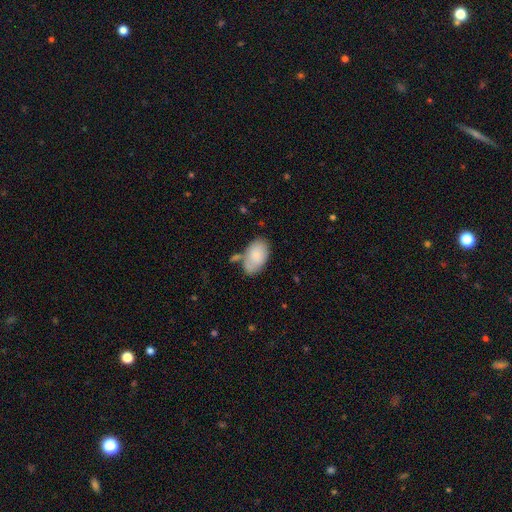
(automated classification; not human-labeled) smooth 82%, featured or disk 12%, star or artifact 6%. Down the decision tree: how rounded — in between (94%); merging — none (55%).